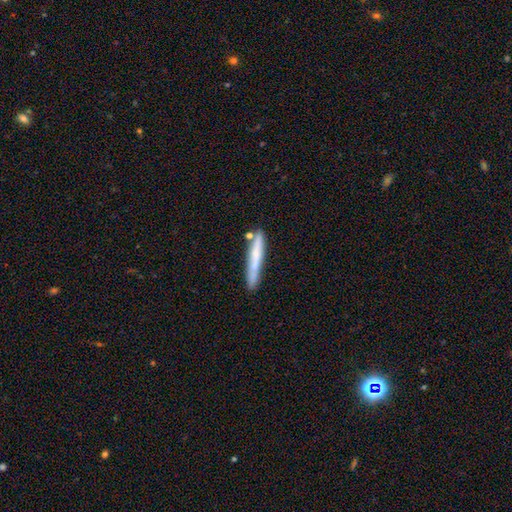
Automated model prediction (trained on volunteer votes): smooth_or_featured: smooth (p=0.61) [alt: featured or disk p=0.32]
how_rounded: cigar-shaped (p=0.95) [alt: in between p=0.04]
merging: none (p=0.76) [alt: minor disturbance p=0.15]